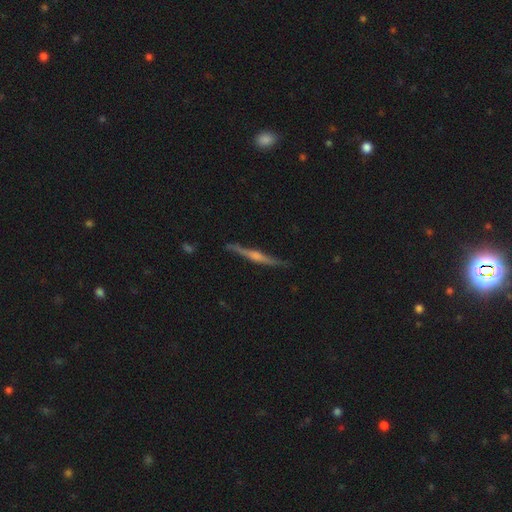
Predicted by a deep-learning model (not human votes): The model was most divided on "smooth or featured": featured or disk: 78%, smooth: 15%, star or artifact: 7%. More confident: edge-on disk — yes (97%); merging — none (88%); edge-on bulge — rounded (81%).